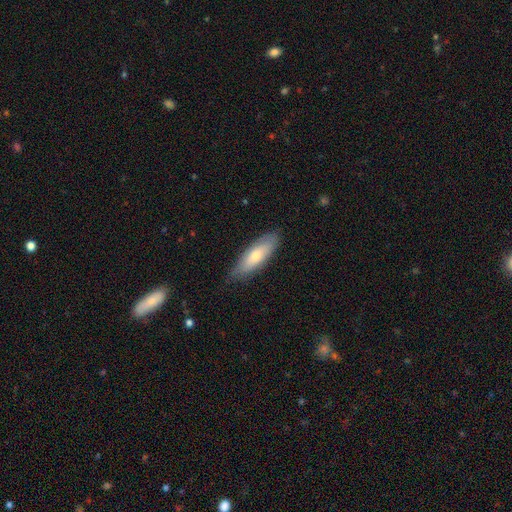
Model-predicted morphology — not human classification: type=smooth (70%); roundness=in between (54%); merging=none (78%).